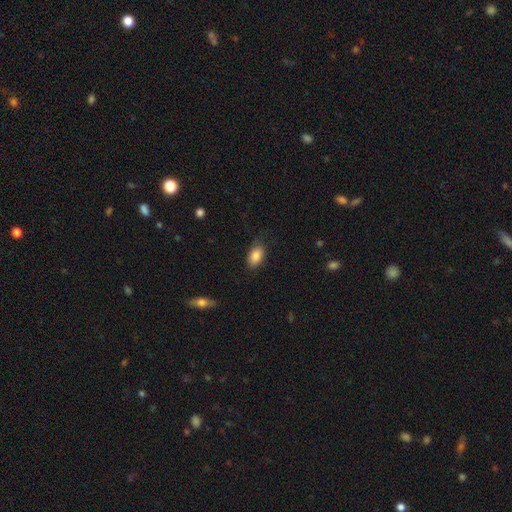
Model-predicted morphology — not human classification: smooth-or-featured: smooth: 85% | star or artifact: 8% | featured or disk: 7%
  how-rounded: in between: 90% | round: 8% | cigar-shaped: 2%
  merging: none: 79% | minor disturbance: 16% | major disturbance: 4% | merger: 1%